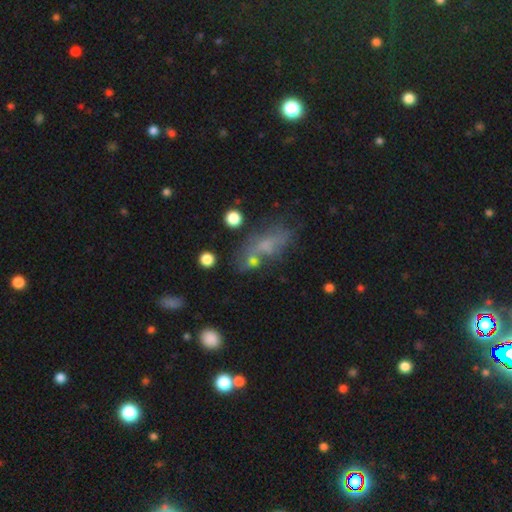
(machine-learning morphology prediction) A smooth galaxy with no disk features (53%) that is in between round and cigar-shaped (71%).

Vote fractions:
- Smooth or featured? smooth: 53% / featured or disk: 29% / star or artifact: 18%
- How rounded? in between: 71% / cigar-shaped: 18% / round: 11%
- Merging? none: 42% / merger: 22% / minor disturbance: 20% / major disturbance: 16%